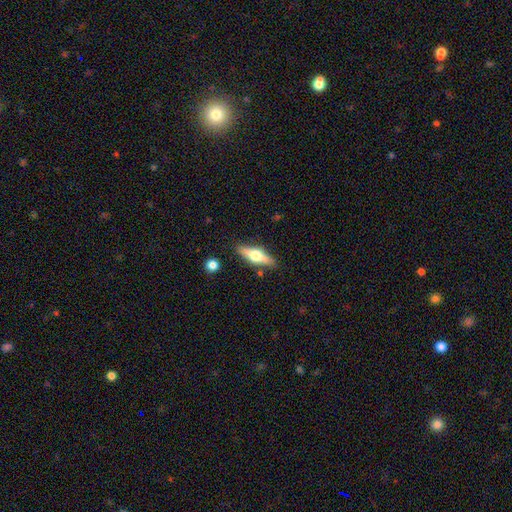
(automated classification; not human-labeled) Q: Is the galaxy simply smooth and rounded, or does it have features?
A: featured or disk — 52%.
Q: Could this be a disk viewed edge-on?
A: yes — 92%.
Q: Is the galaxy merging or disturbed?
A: none — 84%.